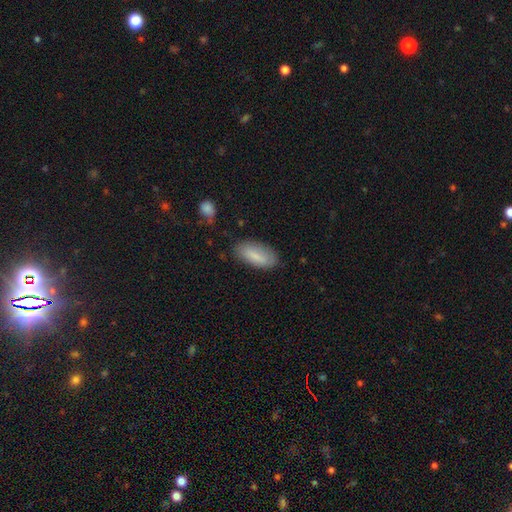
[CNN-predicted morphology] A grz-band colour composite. It shows a smooth galaxy with no disk features (82%) that is in between round and cigar-shaped (84%). Merging: none (77%).